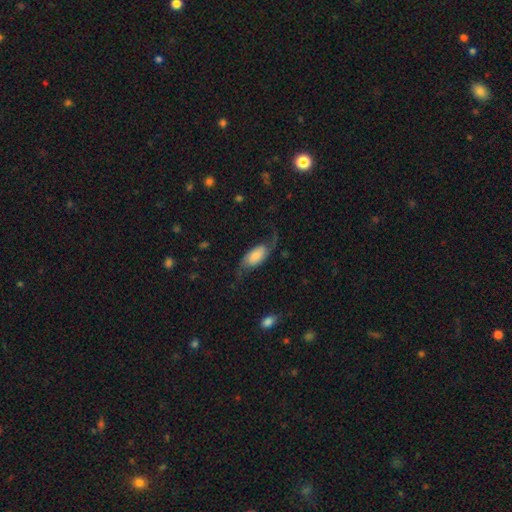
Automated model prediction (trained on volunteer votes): A featured or disk galaxy (62%) with no bar (55%), 2 (92%) loose (83%) spiral arms (94%) and a large central bulge (31%). Merging: none (60%).